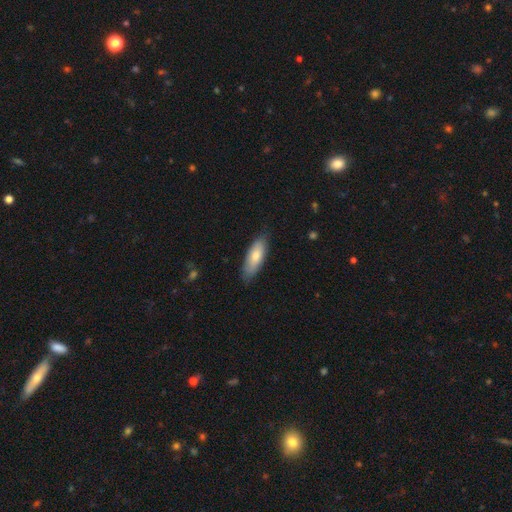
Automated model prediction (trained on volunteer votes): smooth-or-featured: smooth: 76% | featured or disk: 19% | star or artifact: 6%
  how-rounded: in between: 66% | cigar-shaped: 32% | round: 2%
  merging: none: 79% | minor disturbance: 17% | major disturbance: 3% | merger: 1%